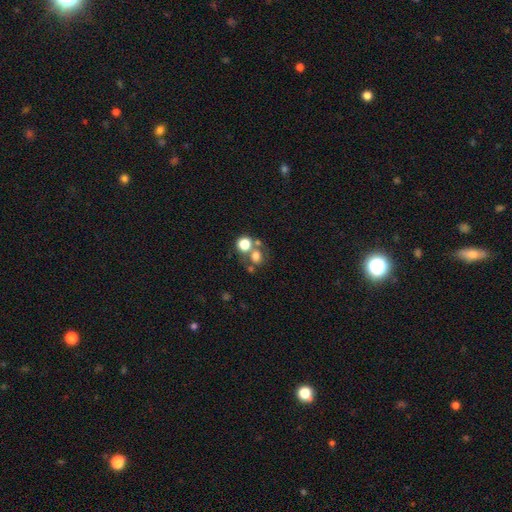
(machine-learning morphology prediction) Smooth or featured? smooth (67%)
How rounded? round (75%)
Merging? none (47%)